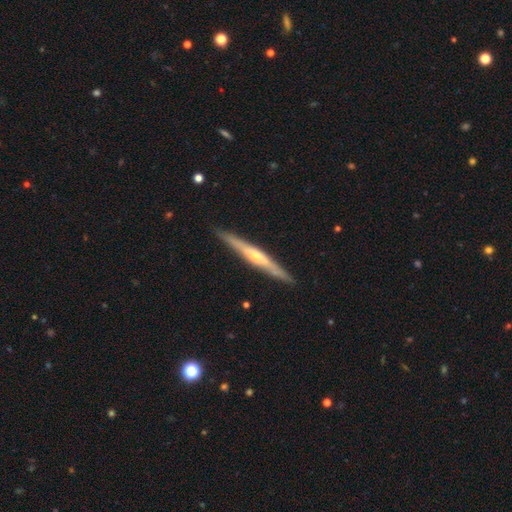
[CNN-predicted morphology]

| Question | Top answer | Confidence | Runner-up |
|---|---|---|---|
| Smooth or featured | featured or disk | 72% | smooth (22%) |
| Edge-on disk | yes | 96% | no (4%) |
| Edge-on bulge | rounded | 76% | none (18%) |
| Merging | none | 90% | minor disturbance (7%) |